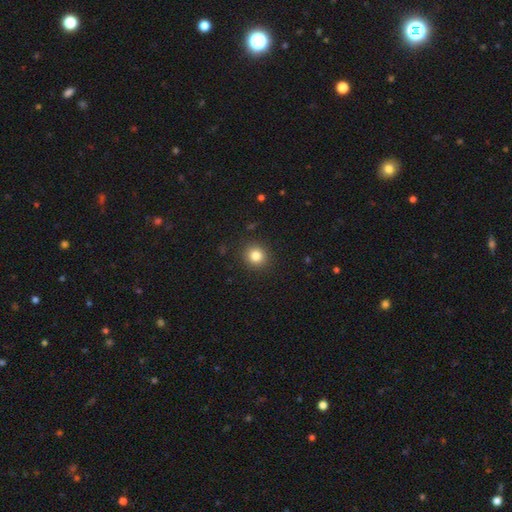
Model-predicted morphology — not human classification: This appears to be a smooth galaxy with no disk features (83%) that is round (87%). Merging: none (91%).